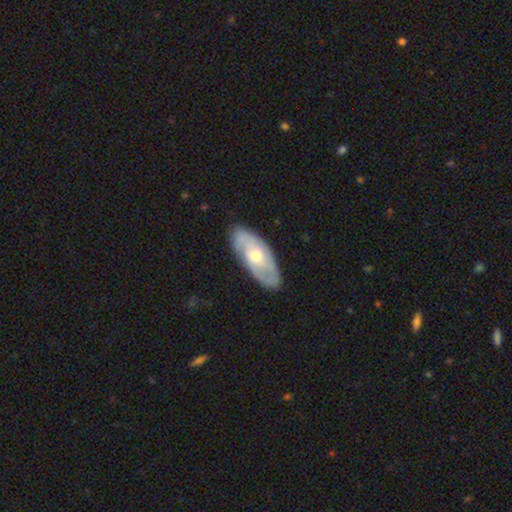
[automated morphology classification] This appears to be a featured or disk galaxy (63%) with no bar (71%), spiral arms (72%) and a moderate central bulge (63%). Merging: none (82%).